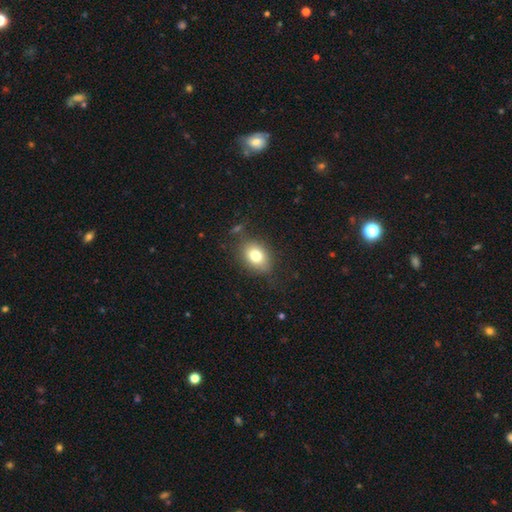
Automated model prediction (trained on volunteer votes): This is likely a smooth galaxy (77%). How rounded: likely in between (60%). Merging: likely none (78%).